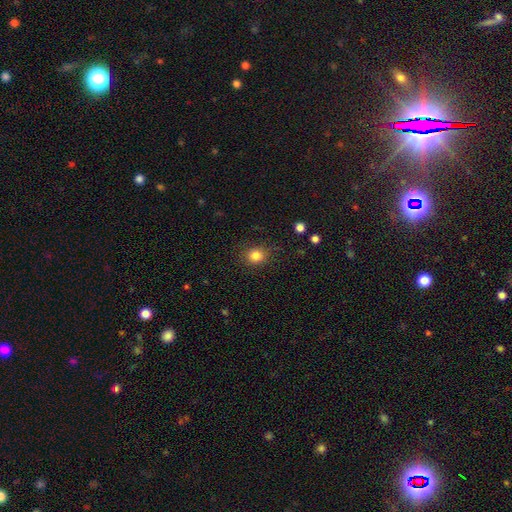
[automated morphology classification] Smooth or featured: smooth — 83% (star or artifact — 12%)
How rounded: round — 78% (in between — 21%)
Merging: none — 83% (minor disturbance — 12%)